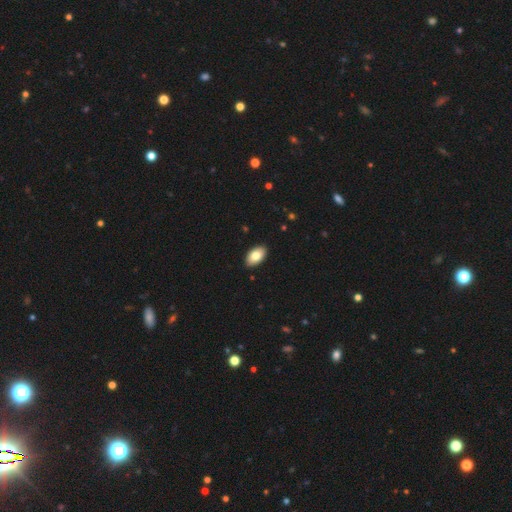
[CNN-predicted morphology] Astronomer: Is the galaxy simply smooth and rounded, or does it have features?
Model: smooth — 82%.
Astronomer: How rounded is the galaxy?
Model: in between — 95%.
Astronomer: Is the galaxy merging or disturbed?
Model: none — 90%.